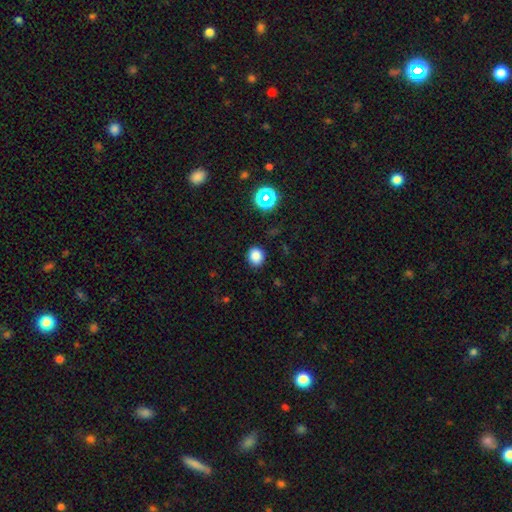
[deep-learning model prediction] This is clearly a smooth galaxy (83%). How rounded: likely round (72%). Merging: clearly none (85%).